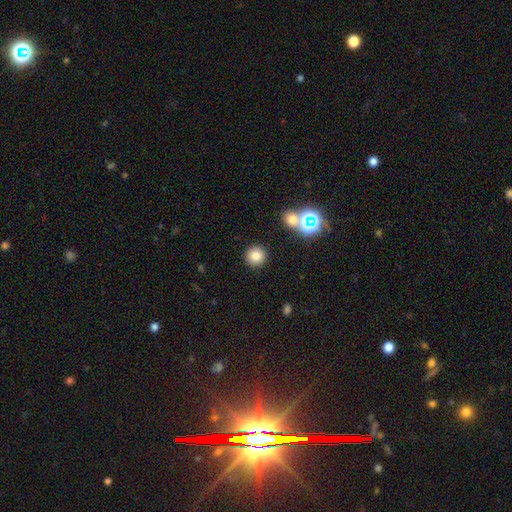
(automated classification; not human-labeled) Morphology: type=smooth (80%); roundness=round (94%); merging=none (89%).